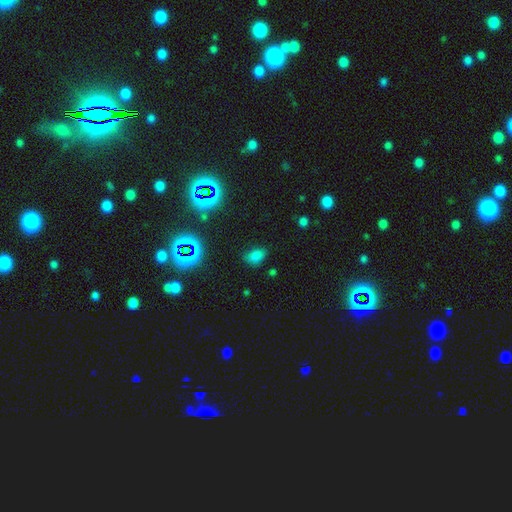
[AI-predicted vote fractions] A smooth galaxy with no disk features (69%) that is in between round and cigar-shaped (82%). Merging: none (71%).